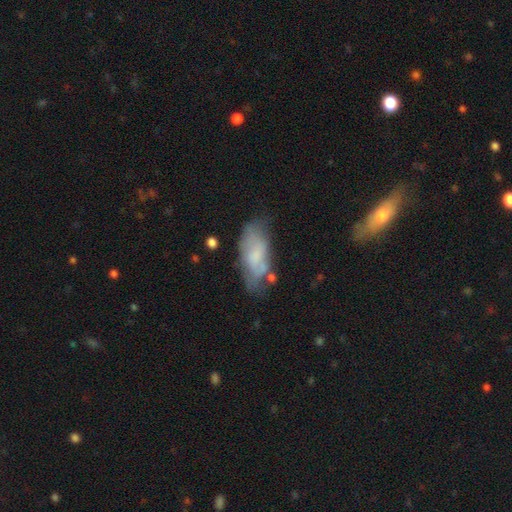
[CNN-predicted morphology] Smooth or featured? Predicted: smooth (p=0.55). How rounded? Predicted: in between (p=0.82). Merging? Predicted: none (p=0.49).